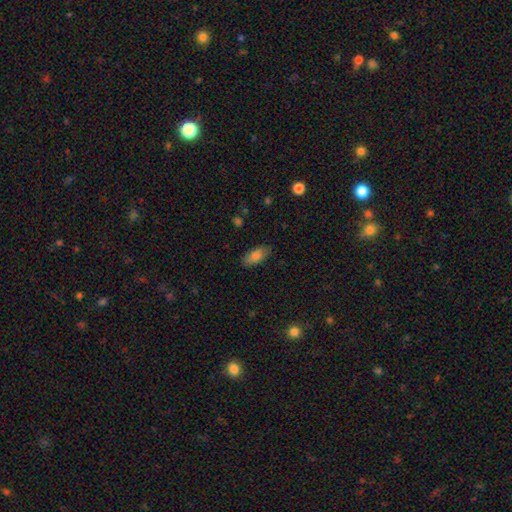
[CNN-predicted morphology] The model was most divided on "smooth or featured": smooth: 82%, featured or disk: 11%, star or artifact: 7%. More confident: how rounded — in between (87%); merging — none (85%).